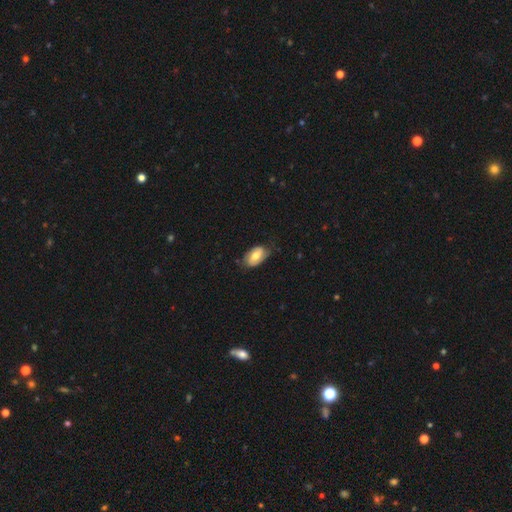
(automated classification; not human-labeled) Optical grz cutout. It shows a smooth galaxy with no disk features (51%) that is in between round and cigar-shaped (91%). Merging: none (69%).